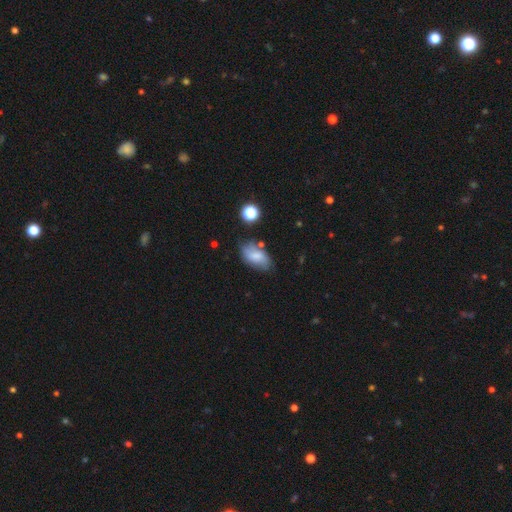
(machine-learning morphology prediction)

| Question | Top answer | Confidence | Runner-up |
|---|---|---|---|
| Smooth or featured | smooth | 70% | featured or disk (21%) |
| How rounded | in between | 92% | round (6%) |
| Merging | none | 64% | minor disturbance (23%) |